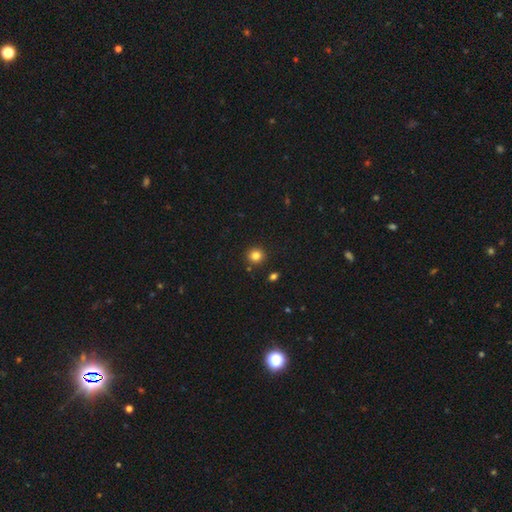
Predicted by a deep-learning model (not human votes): A smooth galaxy with no disk features (82%) that is round (91%). Merging: none (89%).